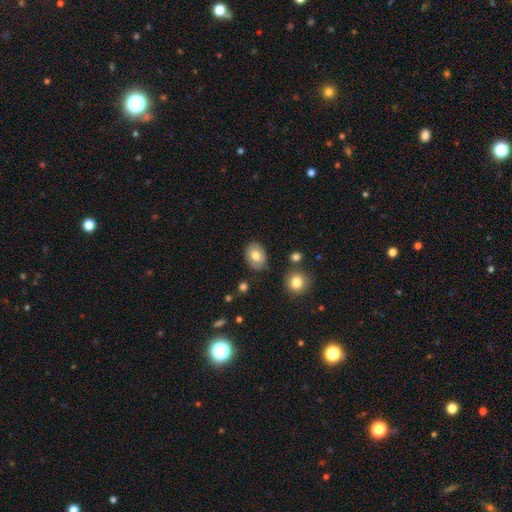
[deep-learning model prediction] A smooth galaxy with no disk features (75%) that is in between round and cigar-shaped (75%). Merging: none (83%).